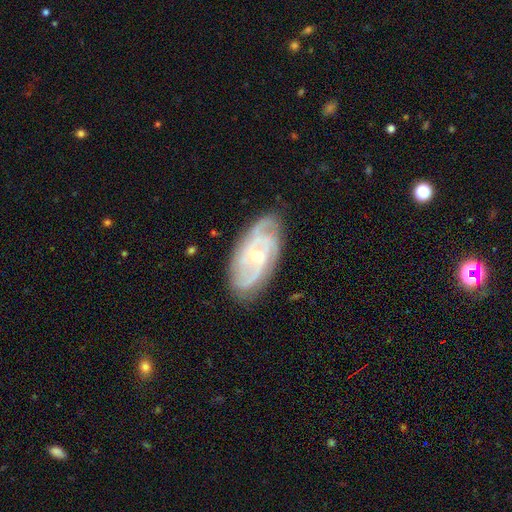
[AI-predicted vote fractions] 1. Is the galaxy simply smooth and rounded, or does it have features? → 85% featured or disk, 9% smooth, 5% star or artifact.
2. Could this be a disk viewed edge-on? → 94% no, 6% yes.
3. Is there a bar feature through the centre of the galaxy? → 61% no, 32% weak, 8% strong.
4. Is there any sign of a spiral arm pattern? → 96% yes, 4% no.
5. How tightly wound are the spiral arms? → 54% tight, 38% medium, 9% loose.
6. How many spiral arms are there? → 31% 3, 24% 2, 22% can't tell, 12% 4, 5% more than 4, 5% 1.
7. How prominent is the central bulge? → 68% small, 29% moderate, 1% none, 1% large, 1% dominant.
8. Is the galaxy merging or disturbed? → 79% none, 16% minor disturbance, 4% major disturbance, 1% merger.